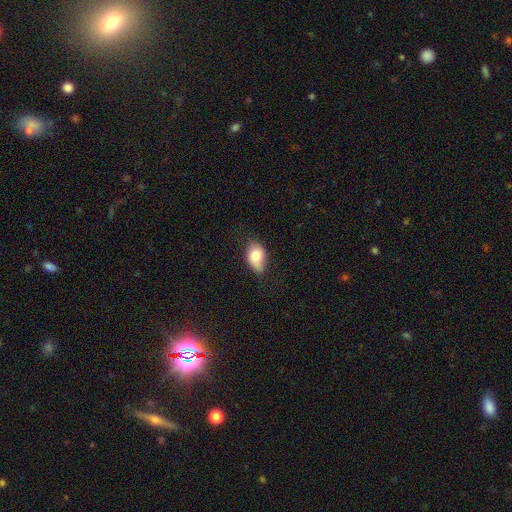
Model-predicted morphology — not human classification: Smooth or featured? Predicted: smooth (p=0.80). How rounded? Predicted: in between (p=0.88). Merging? Predicted: none (p=0.59).